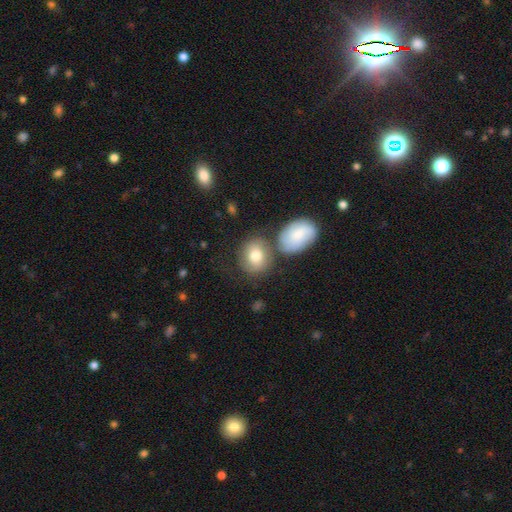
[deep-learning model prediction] smooth 74%, featured or disk 20%, star or artifact 7%. Down the decision tree: how rounded — round (57%); merging — none (58%).